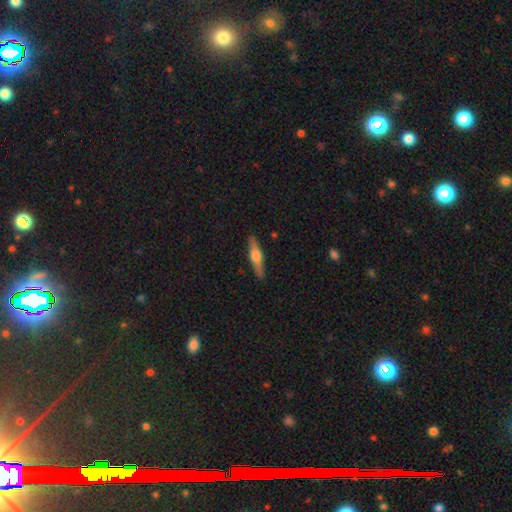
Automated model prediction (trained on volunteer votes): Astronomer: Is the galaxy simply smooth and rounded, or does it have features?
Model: featured or disk — 63%.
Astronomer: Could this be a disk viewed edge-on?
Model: yes — 96%.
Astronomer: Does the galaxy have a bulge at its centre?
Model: rounded — 90%.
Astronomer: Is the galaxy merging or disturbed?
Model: none — 90%.